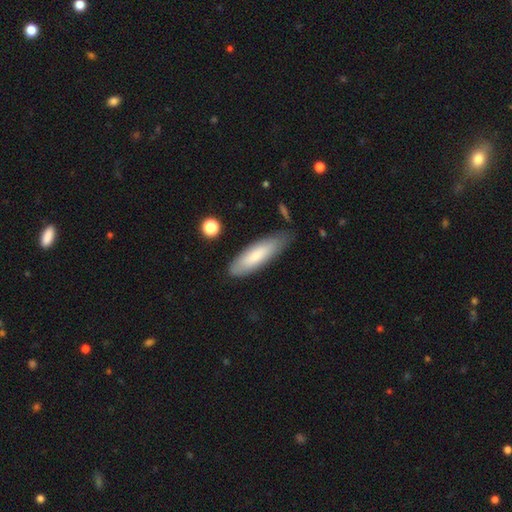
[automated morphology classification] Overall: smooth (75%). How rounded: cigar-shaped (57%; in between 42%). Merging: none (75%).